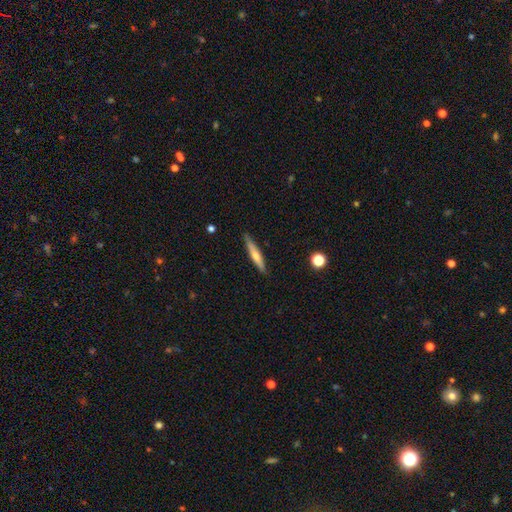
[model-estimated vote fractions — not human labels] Smooth or featured: featured or disk — 48% (smooth — 46%)
Merging: none — 88% (minor disturbance — 9%)